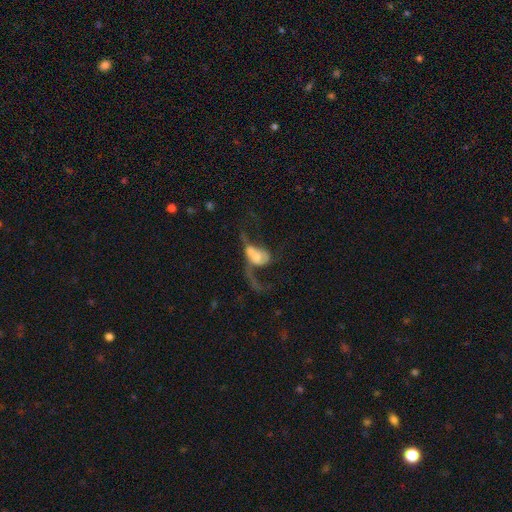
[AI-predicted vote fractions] Smooth or featured: featured or disk — 56% (smooth — 35%)
Edge-on disk: no — 95% (yes — 5%)
Bar: no — 73% (weak — 21%)
Spiral arms: yes — 55% (no — 45%)
Bulge size: moderate — 30% (small — 24%)
Merging: major disturbance — 48% (merger — 30%)